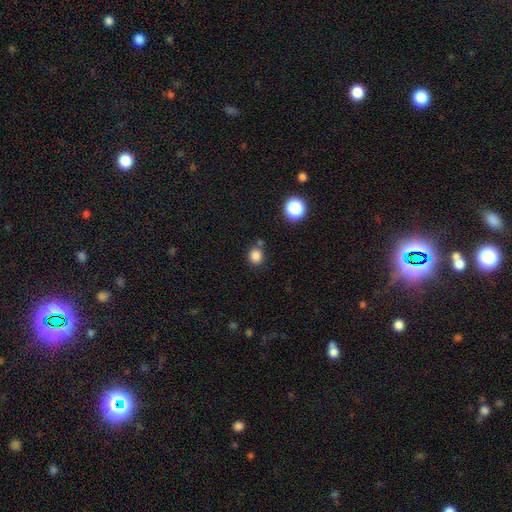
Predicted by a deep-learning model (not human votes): Q: Smooth or featured?
A: smooth (83%); runner-up: star or artifact (13%)
Q: How rounded?
A: round (80%); runner-up: in between (19%)
Q: Merging?
A: none (72%); runner-up: minor disturbance (13%)